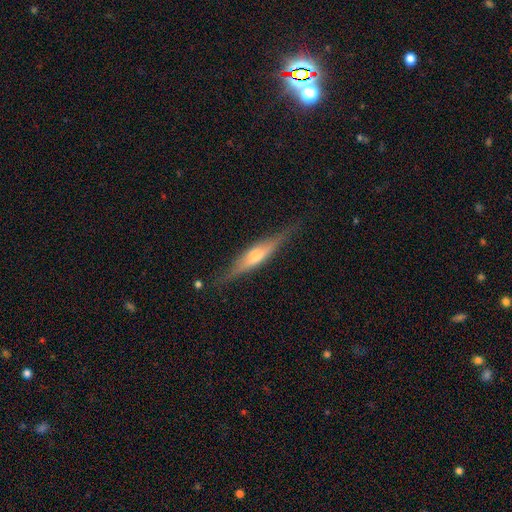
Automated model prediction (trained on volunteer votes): Q: Smooth or featured?
A: featured or disk (67%); runner-up: smooth (27%)
Q: Edge-on disk?
A: yes (96%); runner-up: no (4%)
Q: Edge-on bulge?
A: rounded (82%); runner-up: boxy (9%)
Q: Merging?
A: none (84%); runner-up: minor disturbance (12%)